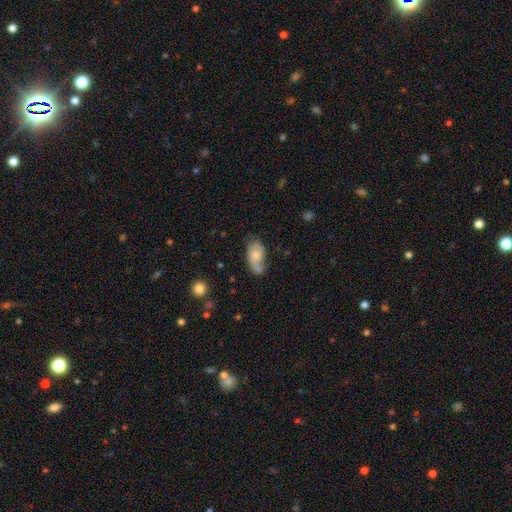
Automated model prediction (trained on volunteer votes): Smooth or featured? smooth (57%)
How rounded? in between (91%)
Merging? none (40%)